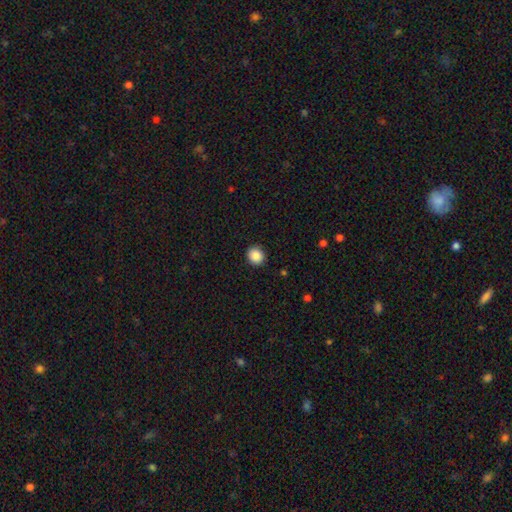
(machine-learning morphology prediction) This is clearly a smooth galaxy (88%). How rounded: clearly round (80%). Merging: clearly none (91%).